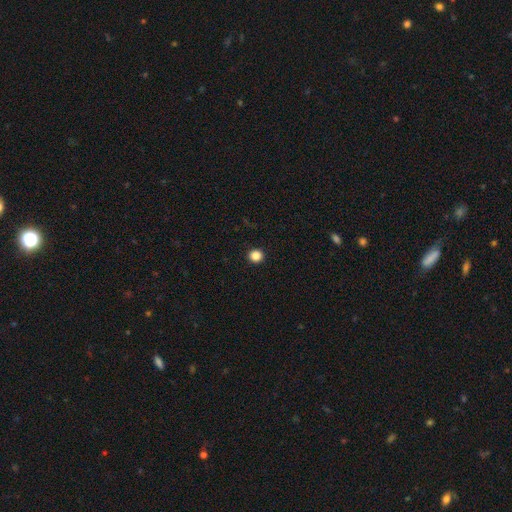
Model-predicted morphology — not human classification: The model was most divided on "smooth or featured": smooth: 86%, star or artifact: 11%, featured or disk: 3%. More confident: merging — none (94%); how rounded — round (94%).